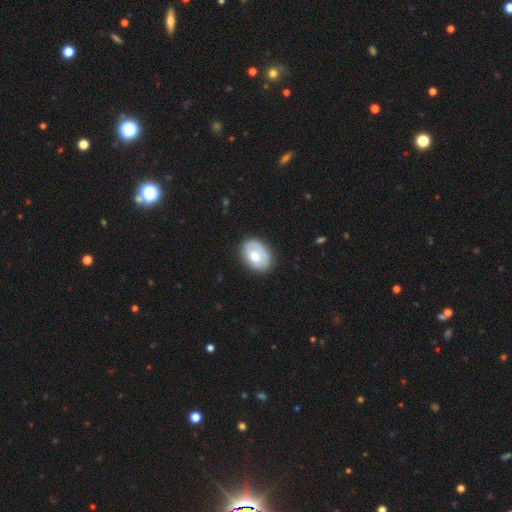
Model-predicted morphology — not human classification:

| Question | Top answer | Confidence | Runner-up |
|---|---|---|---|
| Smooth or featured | smooth | 64% | featured or disk (30%) |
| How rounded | in between | 76% | round (23%) |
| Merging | none | 76% | minor disturbance (18%) |